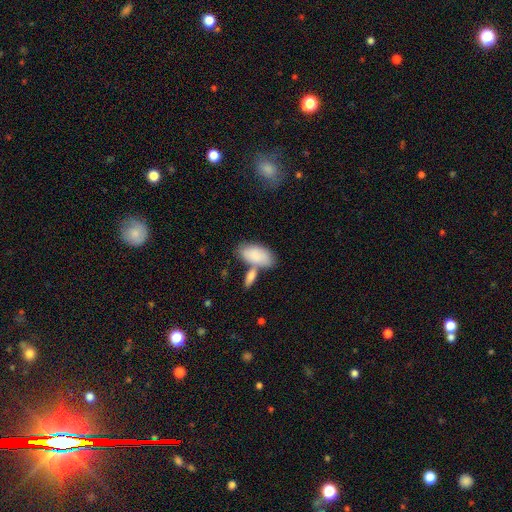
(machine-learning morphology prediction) Smooth or featured: smooth — 85% (featured or disk — 10%)
How rounded: in between — 92% (cigar-shaped — 5%)
Merging: none — 49% (merger — 31%)